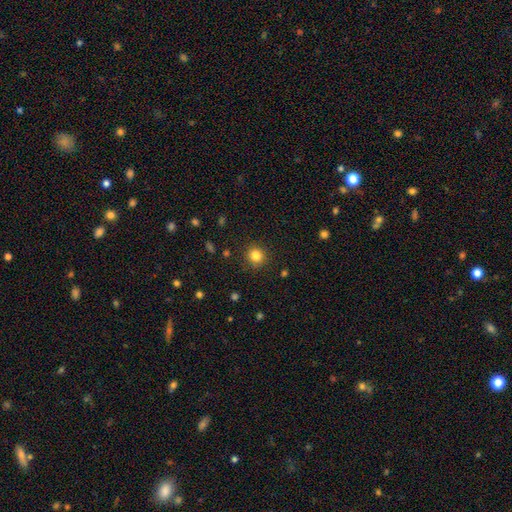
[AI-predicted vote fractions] Overall: smooth (83%). How rounded: round (93%). Merging: none (89%).